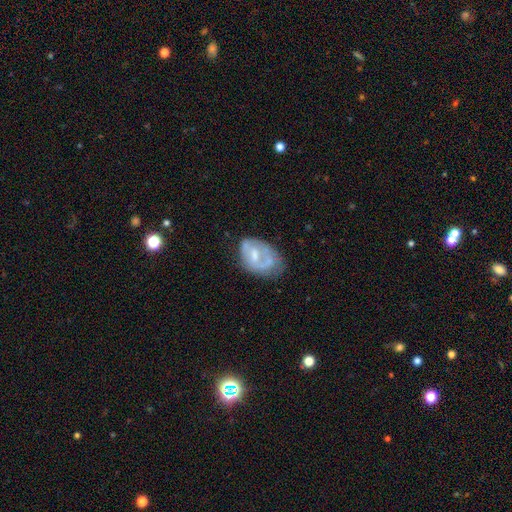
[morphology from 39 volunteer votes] Smooth or featured? featured or disk (79%)
Edge-on disk? no (100%)
Bar? no (65%)
Spiral arms? no (65%)
Bulge size? moderate (45%)
Merging? minor disturbance (39%)